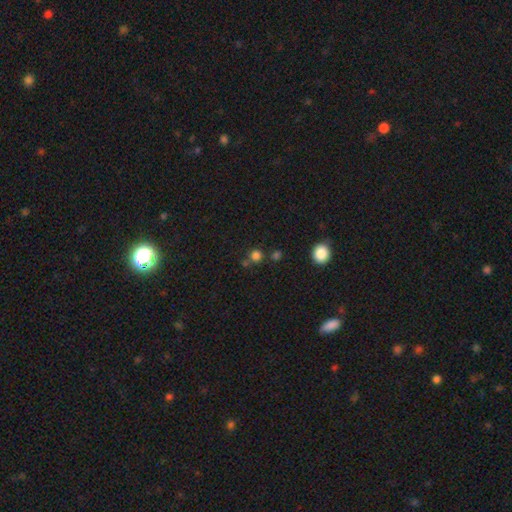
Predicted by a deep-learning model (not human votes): smooth_or_featured: smooth (p=0.75) [alt: star or artifact p=0.19]
how_rounded: round (p=0.91) [alt: in between p=0.08]
merging: none (p=0.70) [alt: merger p=0.17]